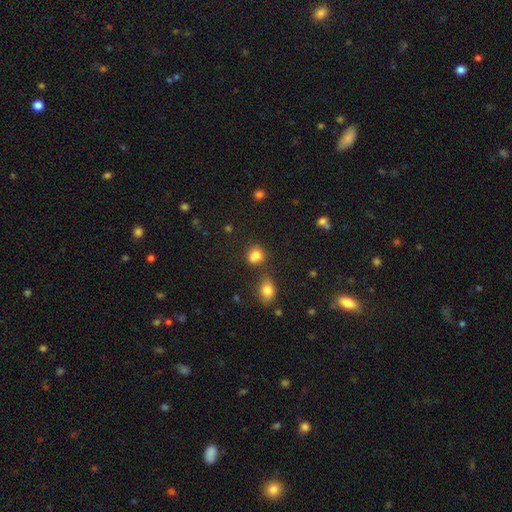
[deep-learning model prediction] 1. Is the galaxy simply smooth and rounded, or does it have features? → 79% smooth, 13% star or artifact, 8% featured or disk.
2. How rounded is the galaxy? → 66% round, 33% in between, 1% cigar-shaped.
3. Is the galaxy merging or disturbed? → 48% none, 32% merger, 14% minor disturbance, 5% major disturbance.